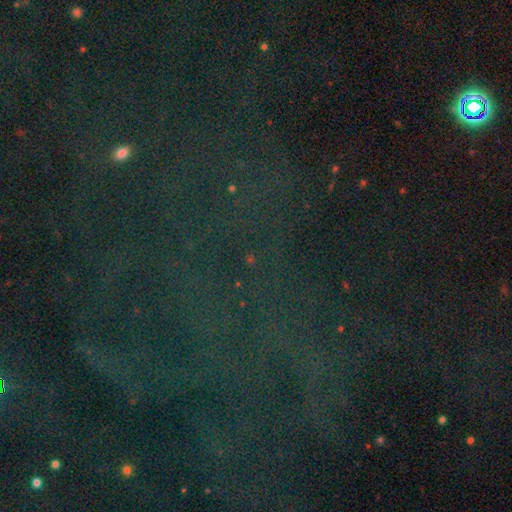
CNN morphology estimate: Smooth or featured?
  - star or artifact: 81% *
  - smooth: 11%
  - featured or disk: 8%